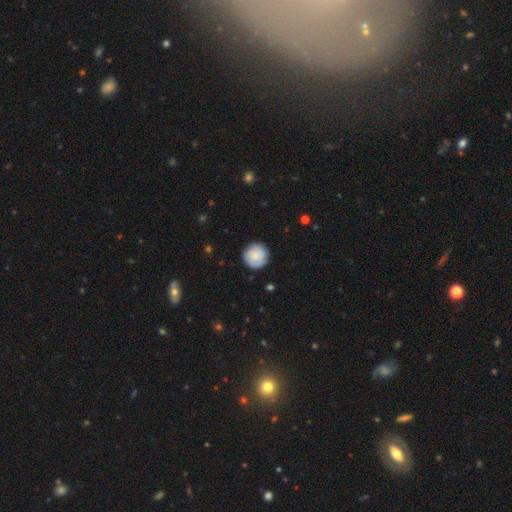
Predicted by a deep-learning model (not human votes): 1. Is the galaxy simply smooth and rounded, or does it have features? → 75% smooth, 18% featured or disk, 6% star or artifact.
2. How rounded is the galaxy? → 95% round, 4% in between, 1% cigar-shaped.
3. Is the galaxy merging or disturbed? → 87% none, 9% minor disturbance, 2% major disturbance, 1% merger.